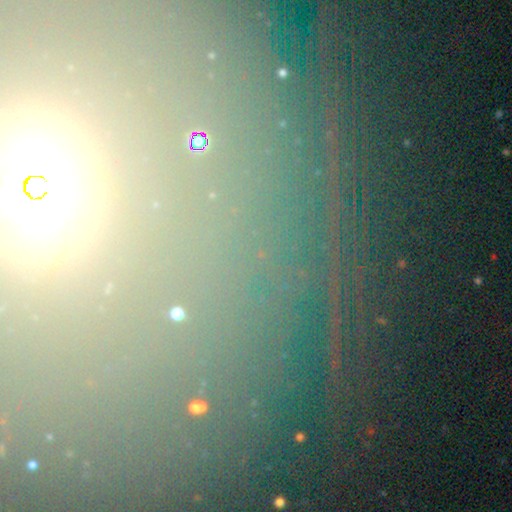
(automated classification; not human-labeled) A star or artifact, not a galaxy (67%).

Vote fractions:
- Smooth or featured? star or artifact: 67% / smooth: 18% / featured or disk: 15%